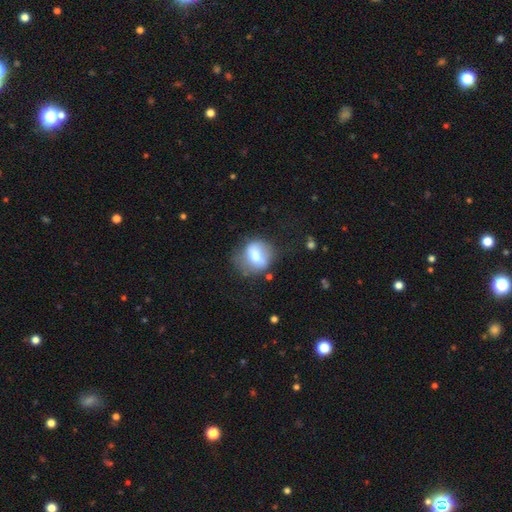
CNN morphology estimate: The model was most divided on "smooth or featured": smooth: 60%, featured or disk: 32%, star or artifact: 8%. More confident: how rounded — round (65%); merging — none (60%).